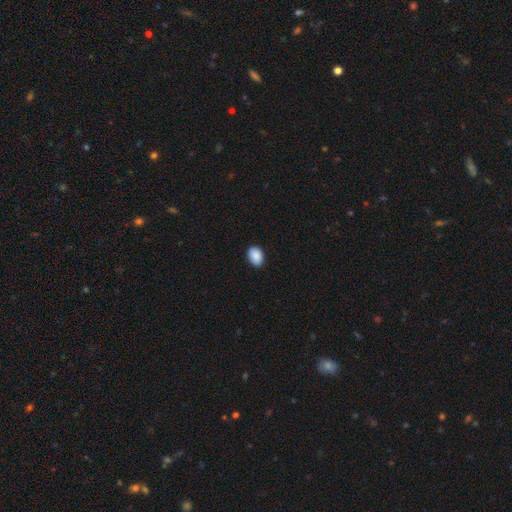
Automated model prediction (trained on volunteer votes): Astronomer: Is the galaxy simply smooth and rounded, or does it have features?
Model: smooth — 90%.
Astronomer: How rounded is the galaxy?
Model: in between — 80%.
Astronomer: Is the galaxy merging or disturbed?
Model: none — 89%.